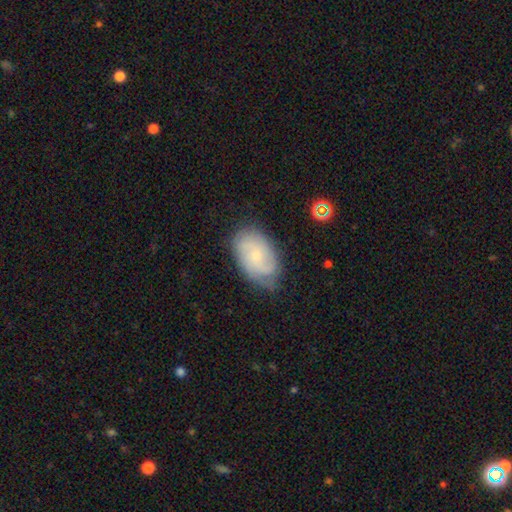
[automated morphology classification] featured or disk 57%, smooth 36%, star or artifact 8%. Down the decision tree: edge-on disk — no (96%); bar — no (69%); spiral arms — yes (89%); bulge size — small (65%); merging — none (68%).